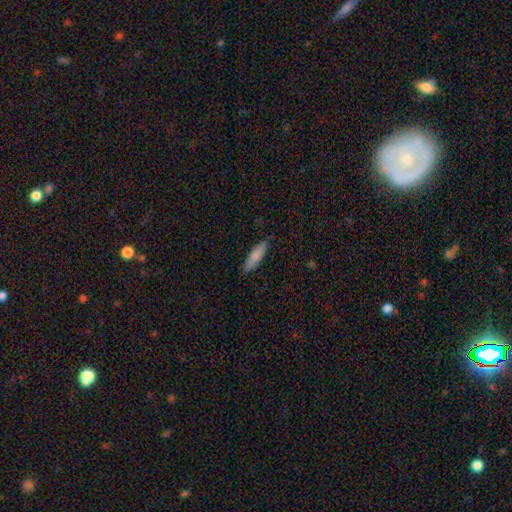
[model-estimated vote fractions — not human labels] Smooth or featured? smooth (84%)
How rounded? cigar-shaped (66%)
Merging? none (85%)